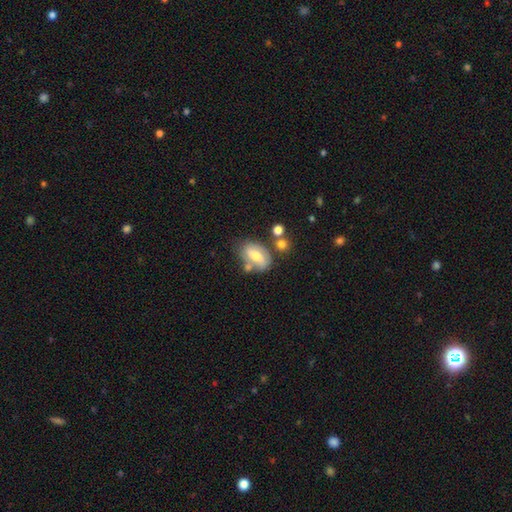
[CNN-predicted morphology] type=smooth (49%); merging=none (54%).